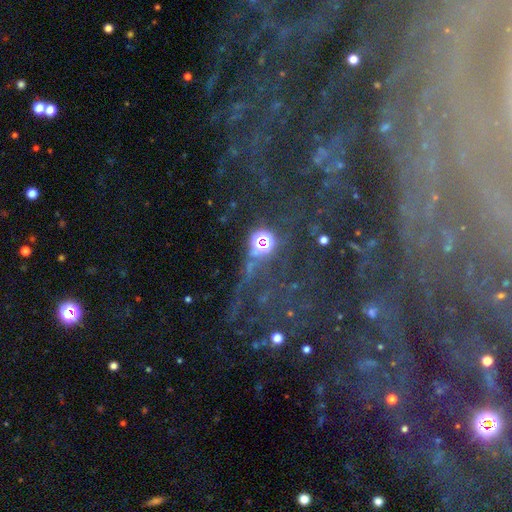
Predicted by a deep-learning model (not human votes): This appears to be a star or artifact, not a galaxy (63%).